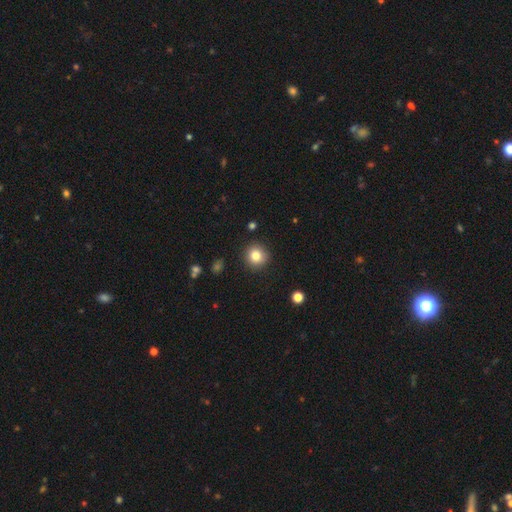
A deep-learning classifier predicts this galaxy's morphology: smooth 82%, star or artifact 11%, featured or disk 7%. Down the decision tree: how rounded — round (92%); merging — none (89%).